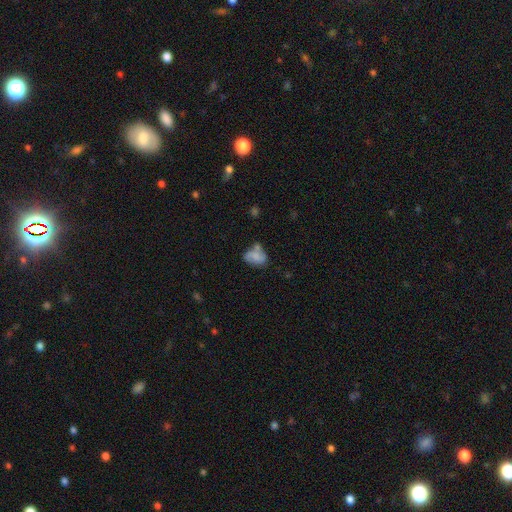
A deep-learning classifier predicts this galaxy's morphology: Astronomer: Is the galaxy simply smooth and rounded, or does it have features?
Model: smooth — 59%.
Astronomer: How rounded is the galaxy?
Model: in between — 75%.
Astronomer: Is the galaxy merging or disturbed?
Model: none — 37% (runner-up: minor disturbance, 26%).